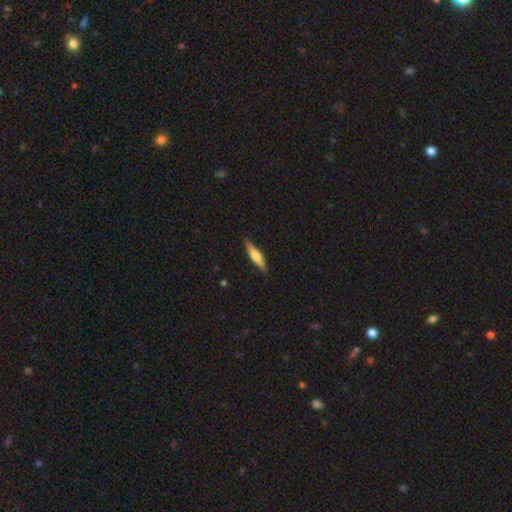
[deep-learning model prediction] Morphology: type=smooth (52%); roundness=cigar-shaped (78%); merging=none (87%).